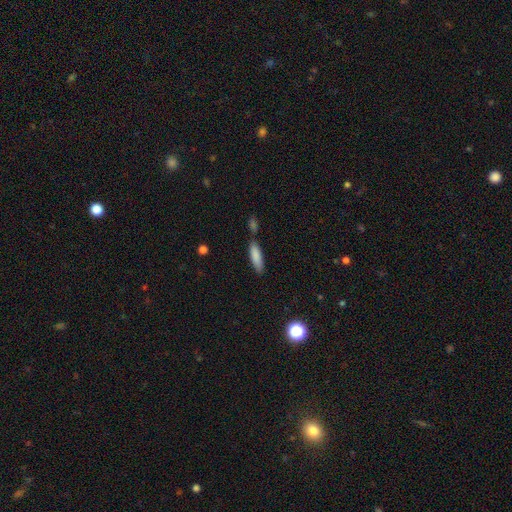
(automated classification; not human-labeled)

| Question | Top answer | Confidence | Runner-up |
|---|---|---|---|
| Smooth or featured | smooth | 84% | featured or disk (9%) |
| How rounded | cigar-shaped | 61% | in between (37%) |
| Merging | none | 65% | merger (16%) |